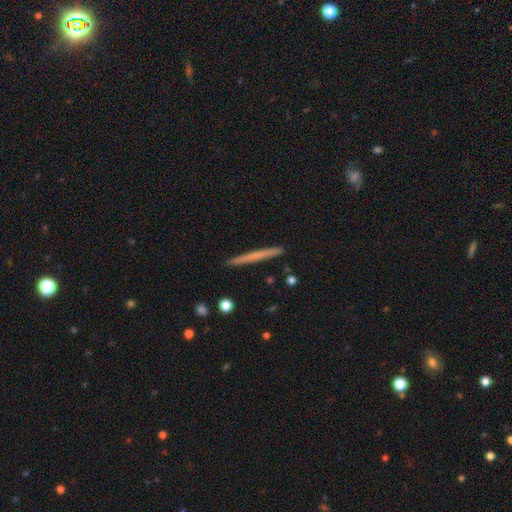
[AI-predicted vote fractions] smooth-or-featured: smooth: 55% | featured or disk: 39% | star or artifact: 6%
  how-rounded: cigar-shaped: 97% | in between: 2% | round: 1%
  merging: none: 92% | minor disturbance: 6% | merger: 1% | major disturbance: 1%